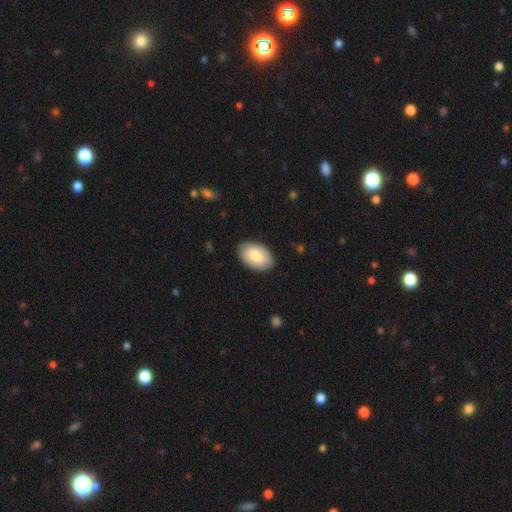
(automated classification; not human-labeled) Q: Smooth or featured?
A: smooth (82%); runner-up: featured or disk (13%)
Q: How rounded?
A: in between (93%); runner-up: round (6%)
Q: Merging?
A: none (87%); runner-up: minor disturbance (10%)